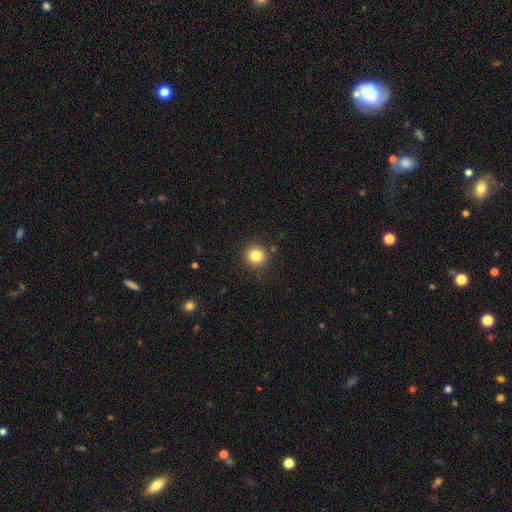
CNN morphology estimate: Smooth or featured? Predicted: smooth (p=0.83). How rounded? Predicted: round (p=0.91). Merging? Predicted: none (p=0.89).